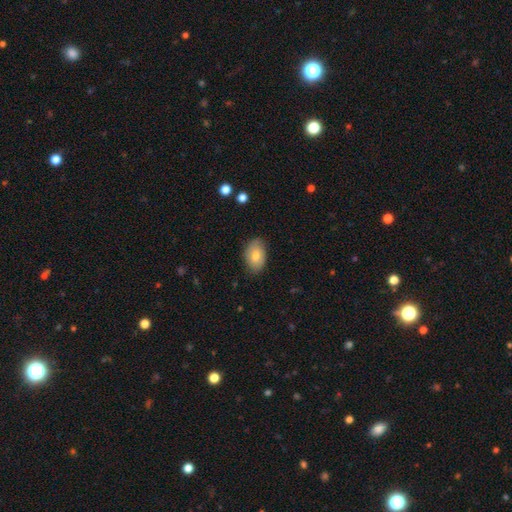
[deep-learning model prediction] The model was most divided on "smooth or featured": smooth: 77%, featured or disk: 16%, star or artifact: 7%. More confident: how rounded — in between (90%); merging — none (82%).